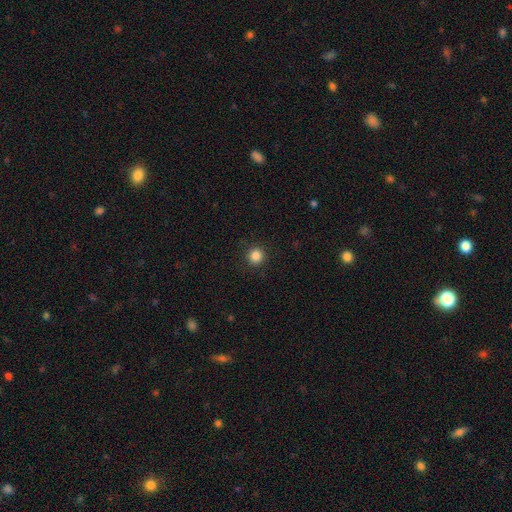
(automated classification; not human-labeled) A smooth galaxy with no disk features (85%) that is round (93%).

Vote fractions:
- Smooth or featured? smooth: 85% / star or artifact: 11% / featured or disk: 3%
- How rounded? round: 93% / in between: 6% / cigar-shaped: 1%
- Merging? none: 91% / minor disturbance: 6% / major disturbance: 2% / merger: 1%